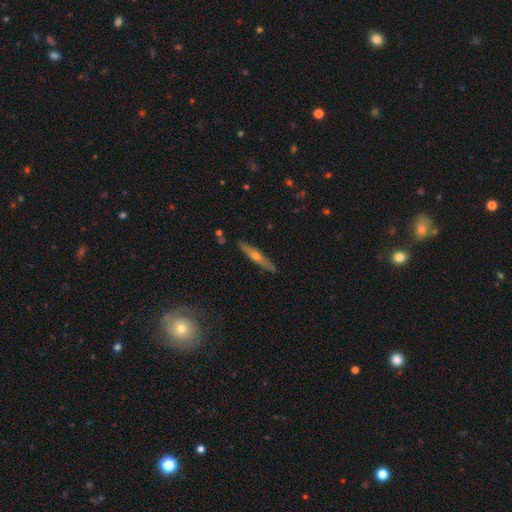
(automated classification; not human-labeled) smooth_or_featured: featured or disk (p=0.63) [alt: smooth p=0.30]
disk_edge_on: yes (p=0.93) [alt: no p=0.07]
edge_on_bulge: rounded (p=0.85) [alt: none p=0.13]
merging: none (p=0.88) [alt: minor disturbance p=0.09]